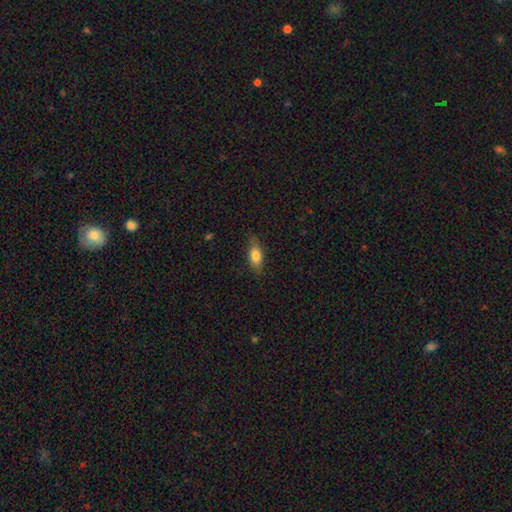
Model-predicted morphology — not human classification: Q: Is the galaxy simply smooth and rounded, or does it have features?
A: smooth — 77%.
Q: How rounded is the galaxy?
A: in between — 79%.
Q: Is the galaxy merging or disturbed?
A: none — 77%.